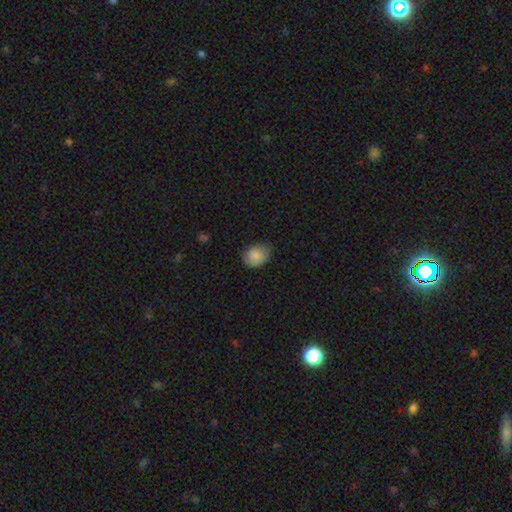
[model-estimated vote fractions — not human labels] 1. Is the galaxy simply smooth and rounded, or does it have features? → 84% smooth, 8% featured or disk, 7% star or artifact.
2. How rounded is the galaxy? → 60% in between, 39% round, 1% cigar-shaped.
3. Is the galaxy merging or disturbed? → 66% none, 28% minor disturbance, 5% major disturbance, 1% merger.